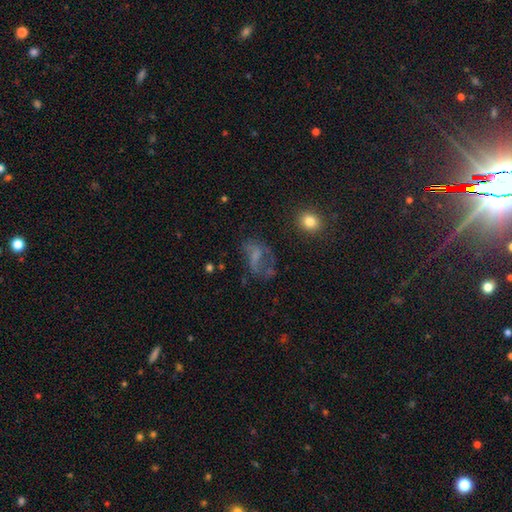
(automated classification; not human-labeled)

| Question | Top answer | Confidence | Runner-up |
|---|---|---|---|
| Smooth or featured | featured or disk | 46% | smooth (34%) |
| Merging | none | 41% | major disturbance (34%) |